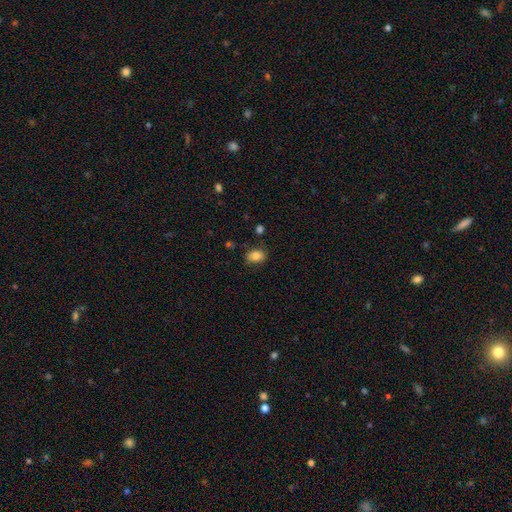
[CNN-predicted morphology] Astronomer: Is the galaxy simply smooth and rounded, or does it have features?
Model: smooth — 83%.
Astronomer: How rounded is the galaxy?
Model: in between — 78%.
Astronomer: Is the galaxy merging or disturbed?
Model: none — 76%.